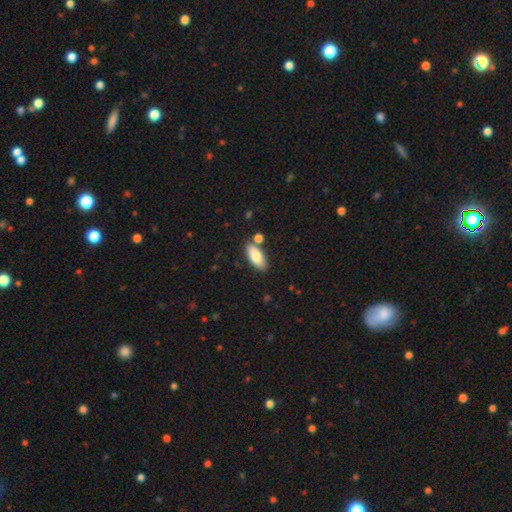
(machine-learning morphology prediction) Smooth or featured? Predicted: smooth (p=0.83). How rounded? Predicted: in between (p=0.83). Merging? Predicted: none (p=0.76).